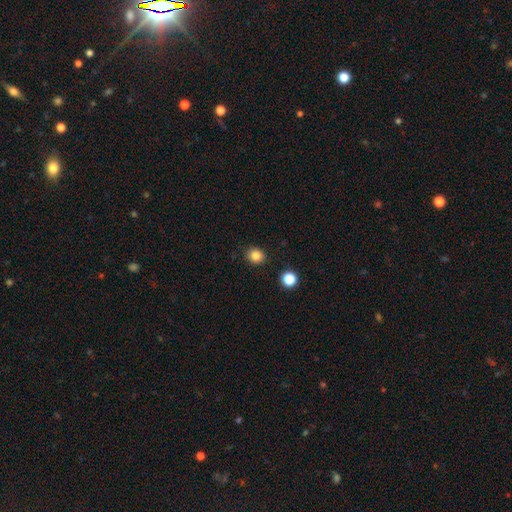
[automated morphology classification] Smooth or featured?
  - smooth: 84% *
  - star or artifact: 12%
  - featured or disk: 5%
How rounded?
  - round: 78% *
  - in between: 21%
  - cigar-shaped: 1%
Merging?
  - none: 89% *
  - minor disturbance: 7%
  - major disturbance: 2%
  - merger: 2%